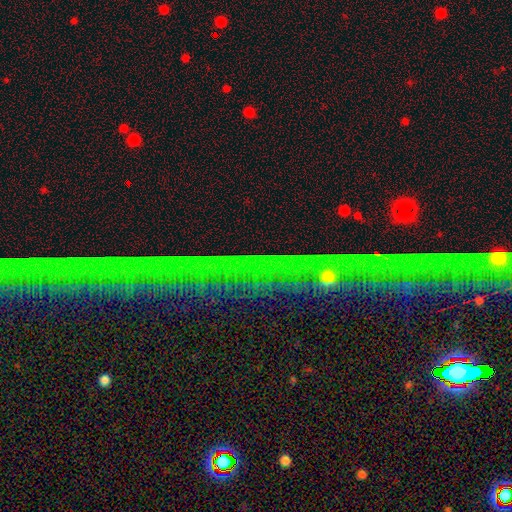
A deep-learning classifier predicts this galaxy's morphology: Smooth or featured?
  - star or artifact: 81% *
  - featured or disk: 11%
  - smooth: 8%